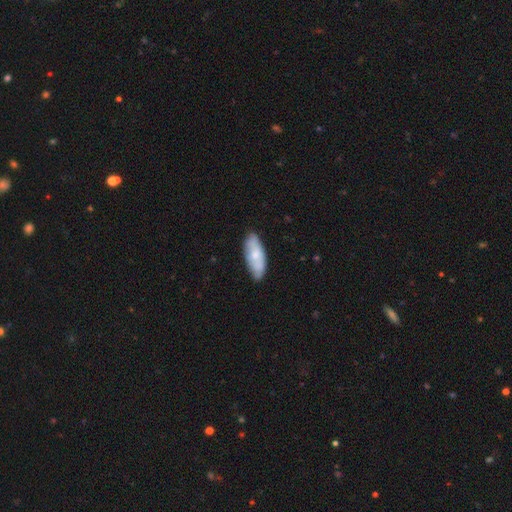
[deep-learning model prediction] A smooth galaxy with no disk features (64%) that is in between round and cigar-shaped (78%). Merging: none (76%).